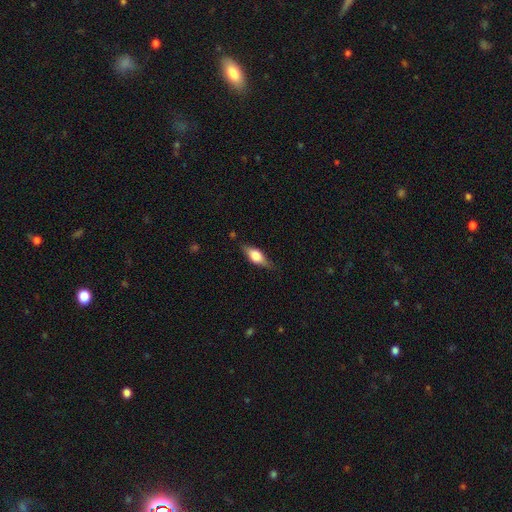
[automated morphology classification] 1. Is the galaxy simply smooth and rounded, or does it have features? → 54% smooth, 39% featured or disk, 7% star or artifact.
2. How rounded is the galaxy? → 72% in between, 24% cigar-shaped, 5% round.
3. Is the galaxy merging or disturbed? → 76% none, 18% minor disturbance, 4% major disturbance, 1% merger.